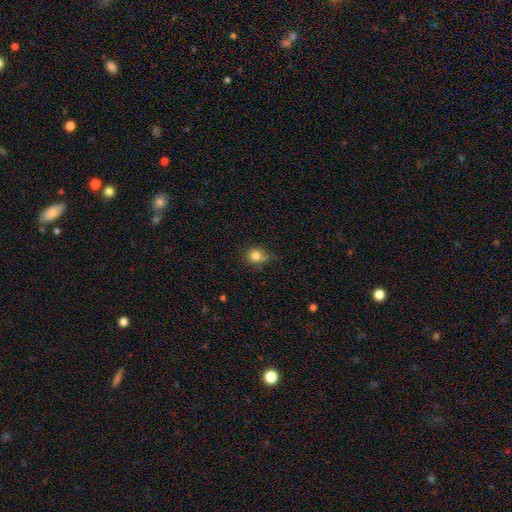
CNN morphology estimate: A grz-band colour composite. It shows a smooth galaxy with no disk features (81%) that is round (75%). Merging: none (55%).